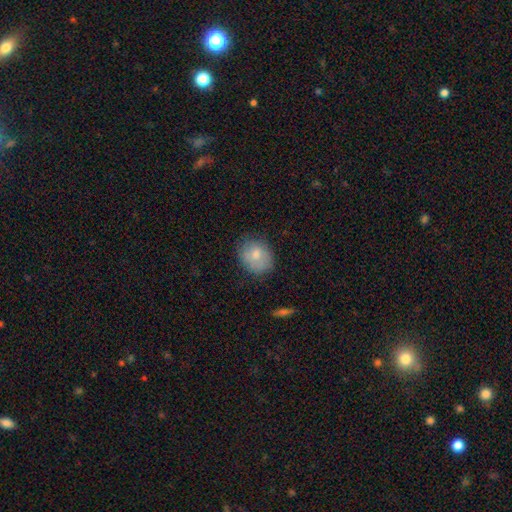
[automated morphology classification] A smooth galaxy with no disk features (77%) that is round (56%). Merging: none (69%).